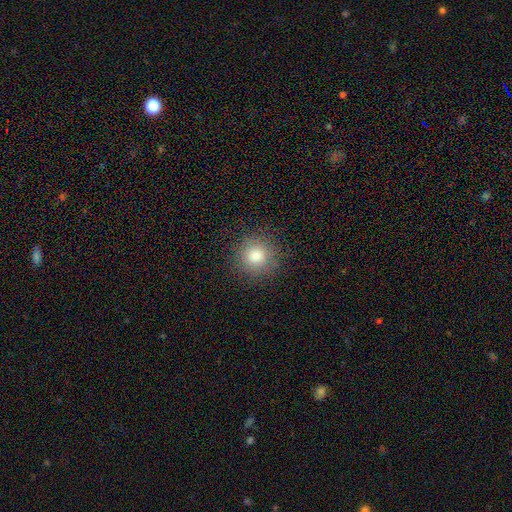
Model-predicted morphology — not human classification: A smooth galaxy with no disk features (81%) that is round (94%).

Vote fractions:
- Smooth or featured? smooth: 81% / star or artifact: 12% / featured or disk: 7%
- How rounded? round: 94% / in between: 5% / cigar-shaped: 1%
- Merging? none: 88% / minor disturbance: 8% / major disturbance: 3% / merger: 1%